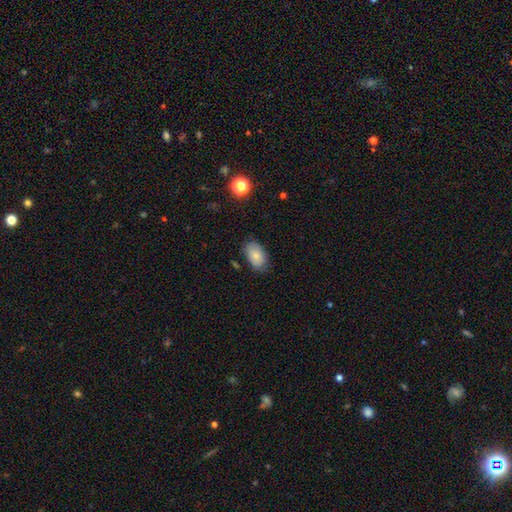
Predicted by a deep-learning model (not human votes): smooth 80%, featured or disk 12%, star or artifact 8%. Down the decision tree: how rounded — in between (91%); merging — none (77%).